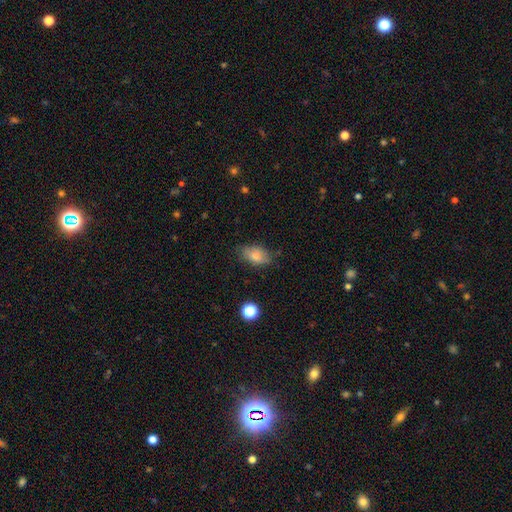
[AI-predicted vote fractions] The model was most divided on "merging": none: 71%, minor disturbance: 21%, major disturbance: 5%, merger: 2%. More confident: how rounded — in between (89%); smooth or featured — smooth (80%).